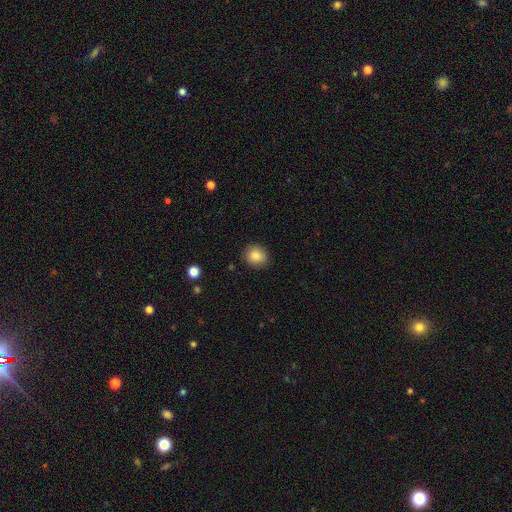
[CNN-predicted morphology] A smooth galaxy with no disk features (84%) that is round (81%).

Vote fractions:
- Smooth or featured? smooth: 84% / star or artifact: 10% / featured or disk: 6%
- How rounded? round: 81% / in between: 18% / cigar-shaped: 1%
- Merging? none: 89% / minor disturbance: 8% / major disturbance: 2% / merger: 1%